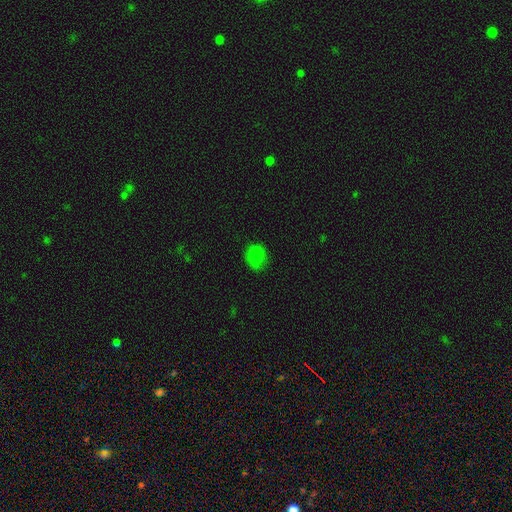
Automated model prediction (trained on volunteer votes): Smooth or featured: smooth — 80% (star or artifact — 16%)
How rounded: round — 58% (in between — 41%)
Merging: none — 77% (minor disturbance — 18%)